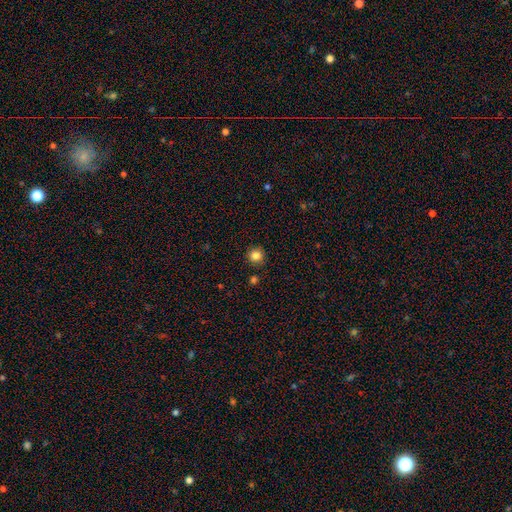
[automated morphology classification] smooth-or-featured: smooth: 84% | star or artifact: 11% | featured or disk: 4%
  how-rounded: round: 95% | in between: 4% | cigar-shaped: 1%
  merging: none: 90% | minor disturbance: 6% | merger: 2% | major disturbance: 2%